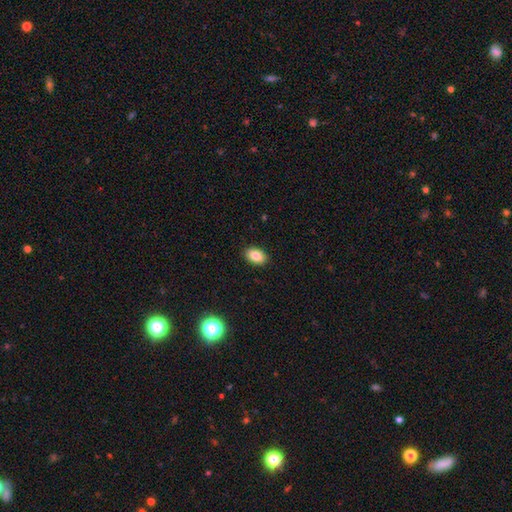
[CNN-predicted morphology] This is clearly a smooth galaxy (84%). How rounded: clearly in between (86%). Merging: clearly none (90%).